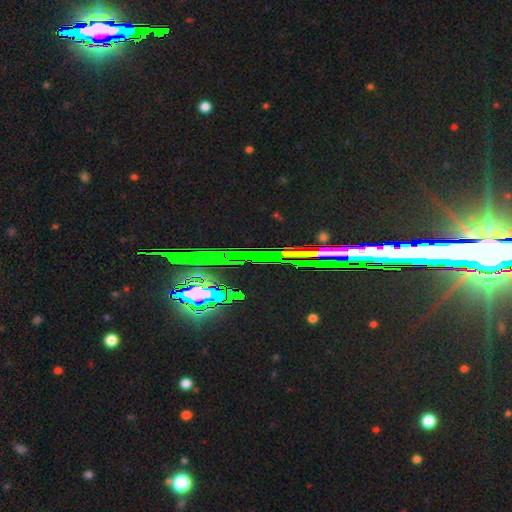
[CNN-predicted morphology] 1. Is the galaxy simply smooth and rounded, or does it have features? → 82% star or artifact, 11% featured or disk, 8% smooth.